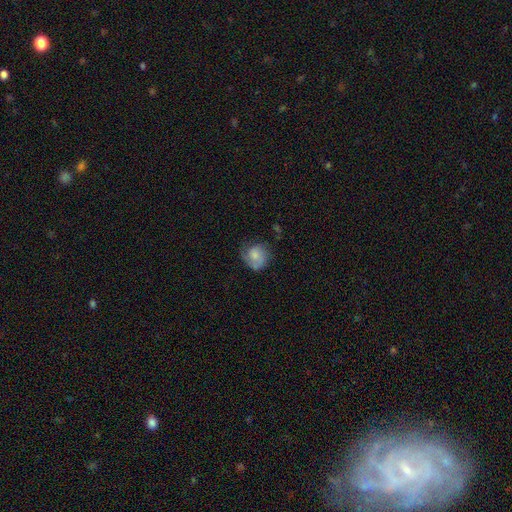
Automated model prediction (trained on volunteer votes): This is possibly a smooth galaxy (51%). How rounded: likely round (75%). Merging: possibly none (55%).